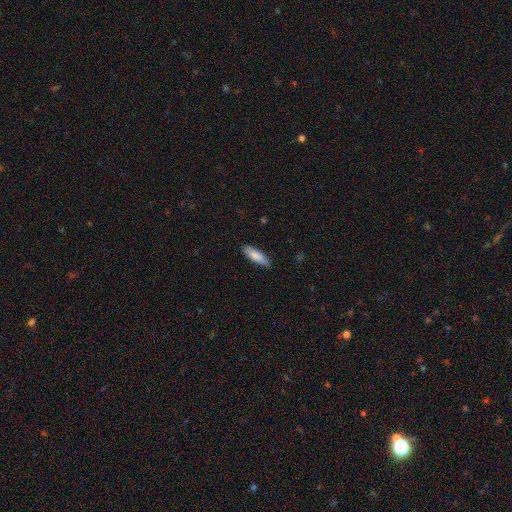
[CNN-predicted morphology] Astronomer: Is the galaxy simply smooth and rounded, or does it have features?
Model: smooth — 83%.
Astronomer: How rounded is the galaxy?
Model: cigar-shaped — 51% (runner-up: in between, 48%).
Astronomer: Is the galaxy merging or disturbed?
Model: none — 88%.